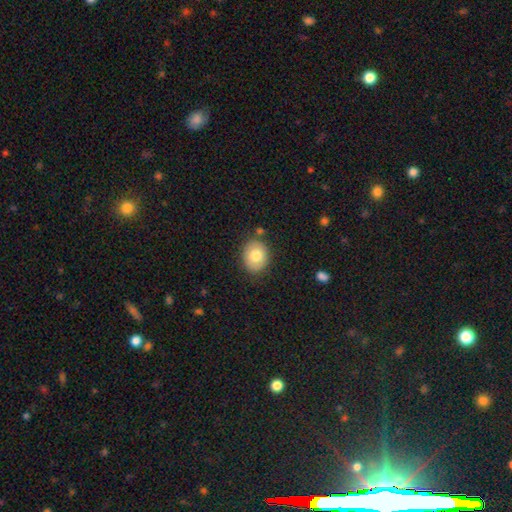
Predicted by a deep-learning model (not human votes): Overall: smooth (78%). How rounded: round (53%; in between 46%). Merging: none (82%).